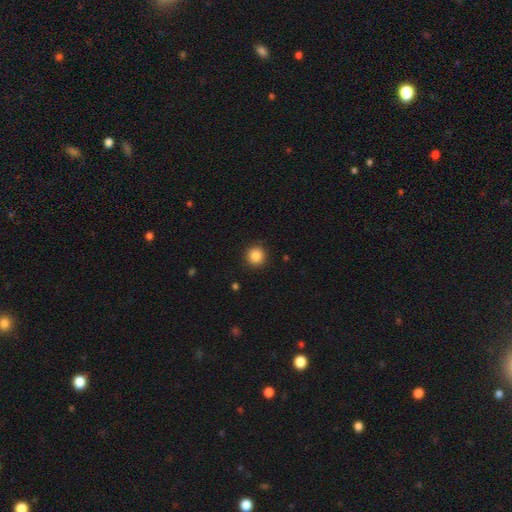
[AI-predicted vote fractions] A smooth galaxy with no disk features (87%) that is round (93%).

Vote fractions:
- Smooth or featured? smooth: 87% / star or artifact: 10% / featured or disk: 4%
- How rounded? round: 93% / in between: 6% / cigar-shaped: 1%
- Merging? none: 90% / minor disturbance: 7% / major disturbance: 2% / merger: 1%